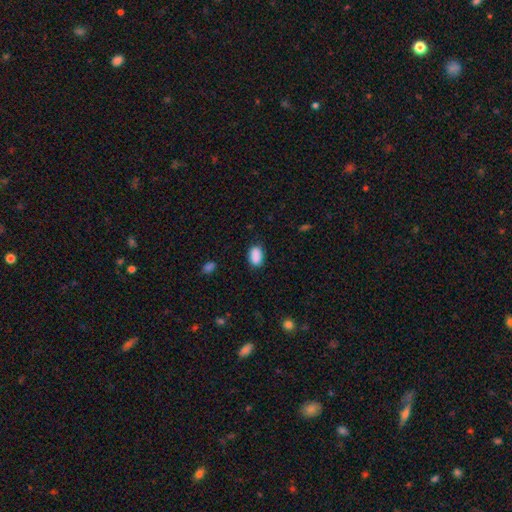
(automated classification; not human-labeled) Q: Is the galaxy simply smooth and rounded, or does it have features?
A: smooth — 89%.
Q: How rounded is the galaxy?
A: in between — 90%.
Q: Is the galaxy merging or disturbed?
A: none — 82%.